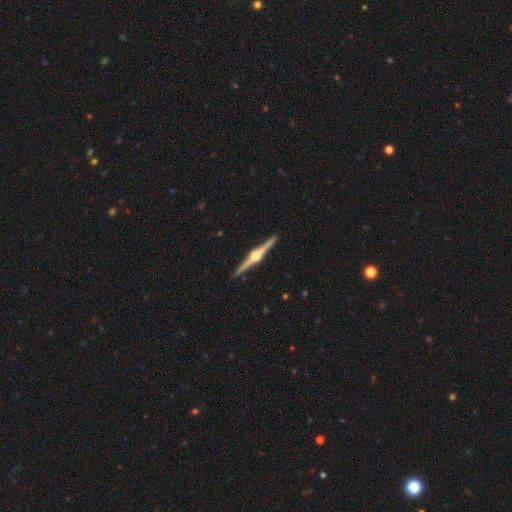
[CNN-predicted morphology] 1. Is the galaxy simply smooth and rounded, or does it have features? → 89% featured or disk, 6% smooth, 4% star or artifact.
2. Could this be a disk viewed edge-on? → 99% yes, 1% no.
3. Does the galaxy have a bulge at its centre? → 94% rounded, 4% boxy, 2% none.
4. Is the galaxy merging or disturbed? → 92% none, 5% minor disturbance, 1% major disturbance, 1% merger.